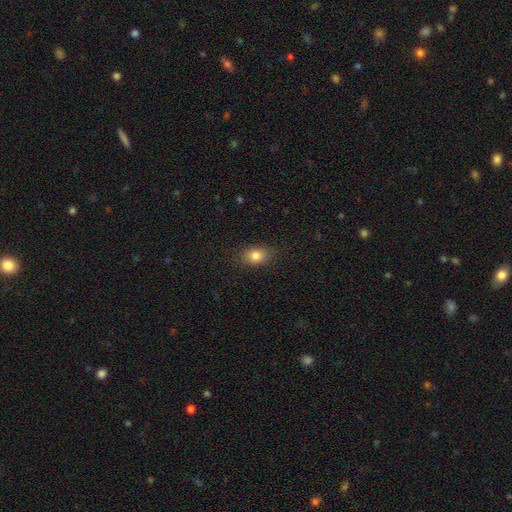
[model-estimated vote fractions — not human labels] This appears to be a smooth galaxy with no disk features (82%) that is in between round and cigar-shaped (75%). Merging: none (84%).